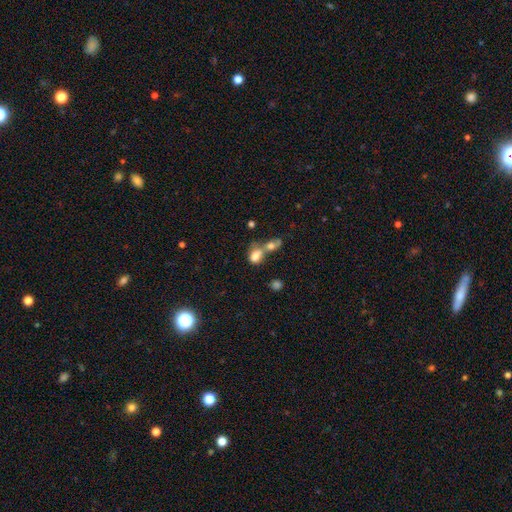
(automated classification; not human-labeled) smooth 75%, featured or disk 14%, star or artifact 11%. Down the decision tree: how rounded — in between (71%); merging — merger (62%).